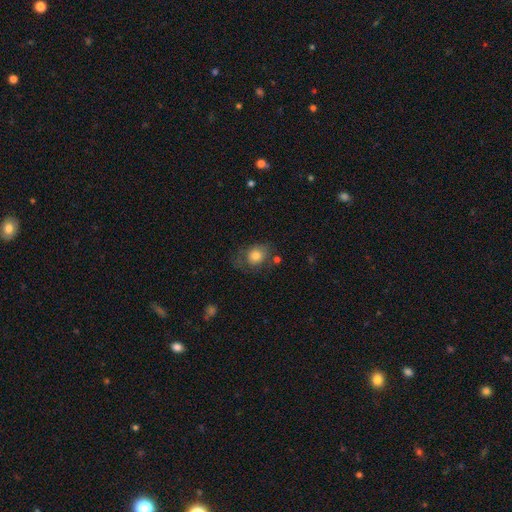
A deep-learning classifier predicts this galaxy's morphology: The model was most divided on "how rounded": round: 56%, in between: 43%, cigar-shaped: 1%. More confident: smooth or featured — smooth (76%); merging — none (56%).